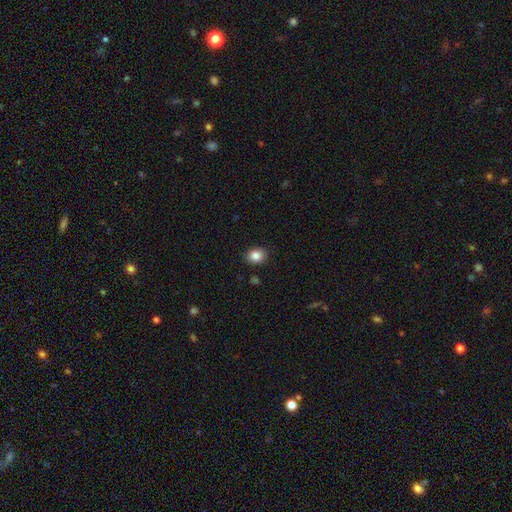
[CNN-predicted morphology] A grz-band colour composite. It shows a smooth galaxy with no disk features (85%) that is in between round and cigar-shaped (50%). Merging: none (88%).